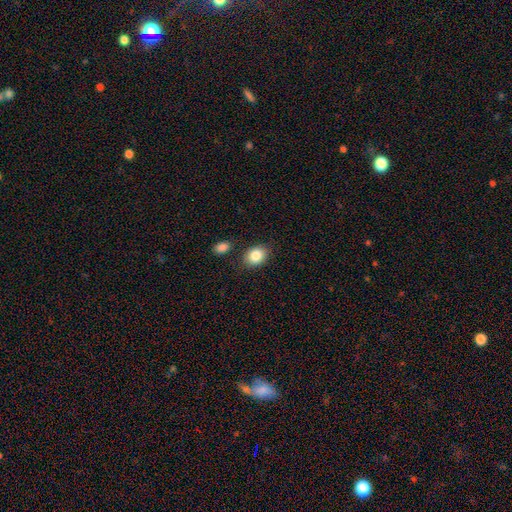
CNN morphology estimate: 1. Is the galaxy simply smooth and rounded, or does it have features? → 85% smooth, 8% star or artifact, 7% featured or disk.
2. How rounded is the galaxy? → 63% in between, 36% round, 1% cigar-shaped.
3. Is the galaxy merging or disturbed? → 81% none, 11% minor disturbance, 5% merger, 3% major disturbance.